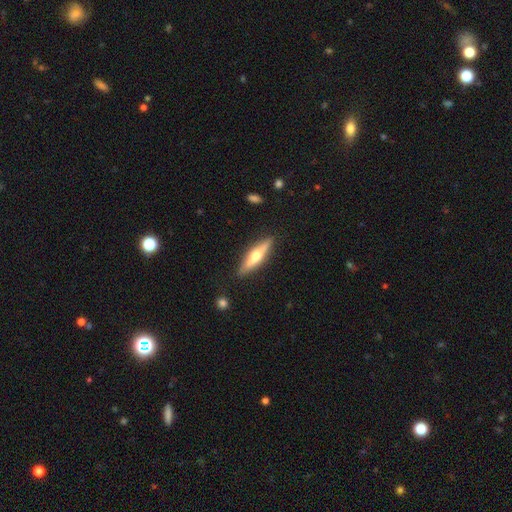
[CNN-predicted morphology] The model was most divided on "smooth or featured": featured or disk: 59%, smooth: 36%, star or artifact: 5%. More confident: edge-on disk — yes (94%); edge-on bulge — rounded (92%); merging — none (88%).